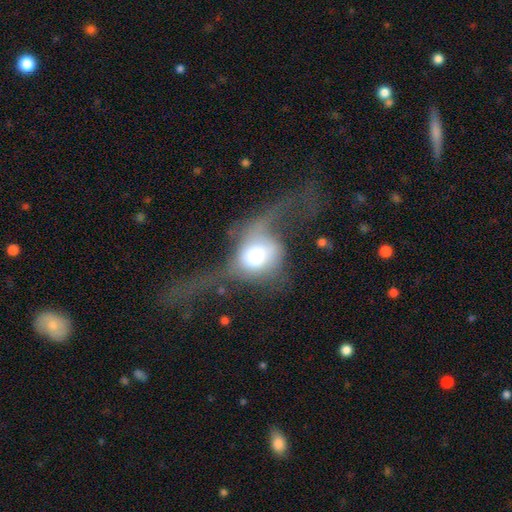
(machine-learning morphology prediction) type=smooth (47%); merging=major disturbance (62%).